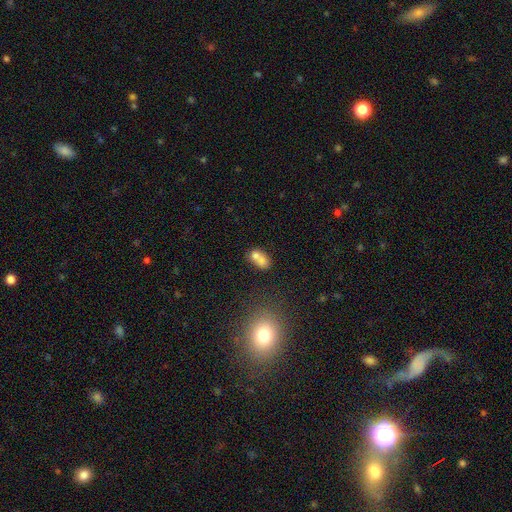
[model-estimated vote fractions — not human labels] A smooth galaxy with no disk features (69%) that is in between round and cigar-shaped (61%).

Vote fractions:
- Smooth or featured? smooth: 69% / featured or disk: 18% / star or artifact: 13%
- How rounded? in between: 61% / round: 36% / cigar-shaped: 3%
- Merging? merger: 57% / none: 28% / minor disturbance: 9% / major disturbance: 5%